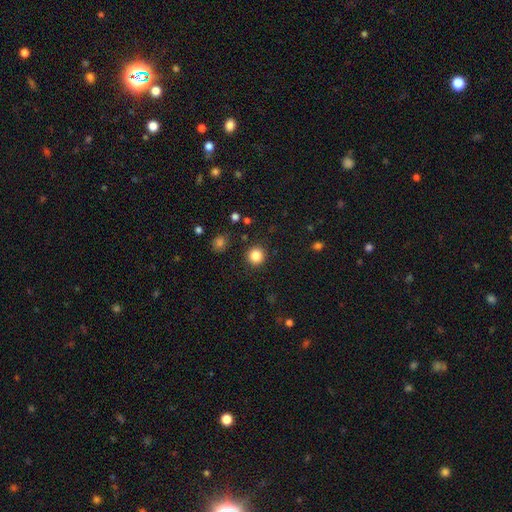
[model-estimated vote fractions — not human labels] Q: Smooth or featured?
A: smooth (85%); runner-up: star or artifact (11%)
Q: How rounded?
A: round (93%); runner-up: in between (6%)
Q: Merging?
A: none (91%); runner-up: minor disturbance (6%)